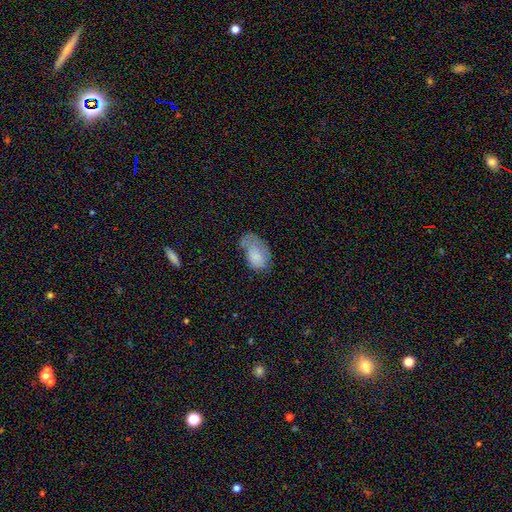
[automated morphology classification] type=smooth (72%); roundness=in between (91%); merging=major disturbance (35%).